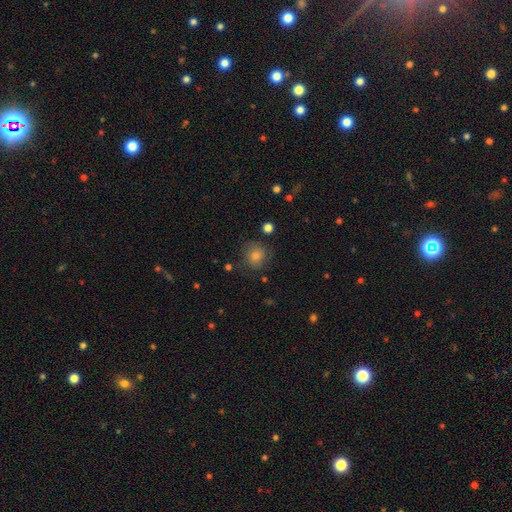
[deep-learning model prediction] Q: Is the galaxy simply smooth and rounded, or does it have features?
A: smooth — 57%.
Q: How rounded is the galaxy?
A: round — 88%.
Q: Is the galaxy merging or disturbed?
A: none — 79%.